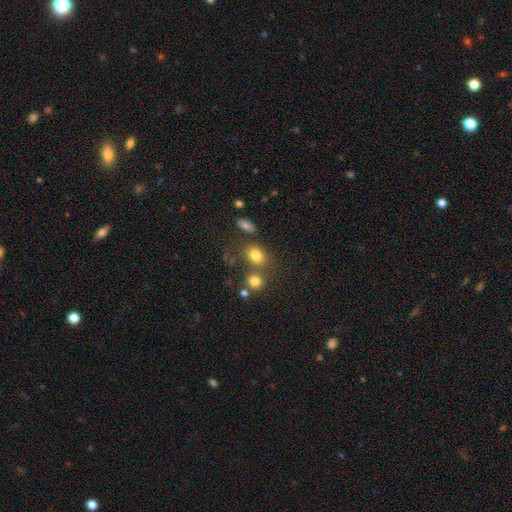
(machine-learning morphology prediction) Smooth or featured? Predicted: smooth (p=0.79). How rounded? Predicted: in between (p=0.57). Merging? Predicted: none (p=0.60).